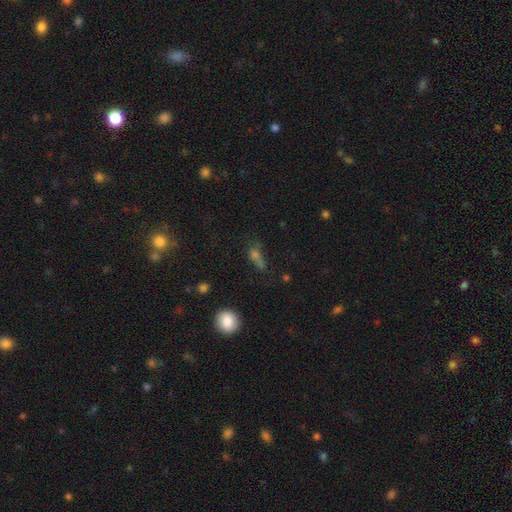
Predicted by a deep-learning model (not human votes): Smooth or featured?
  - smooth: 54% *
  - star or artifact: 28%
  - featured or disk: 18%
How rounded?
  - in between: 42% *
  - round: 37%
  - cigar-shaped: 21%
Merging?
  - none: 49% *
  - merger: 18%
  - minor disturbance: 17%
  - major disturbance: 16%